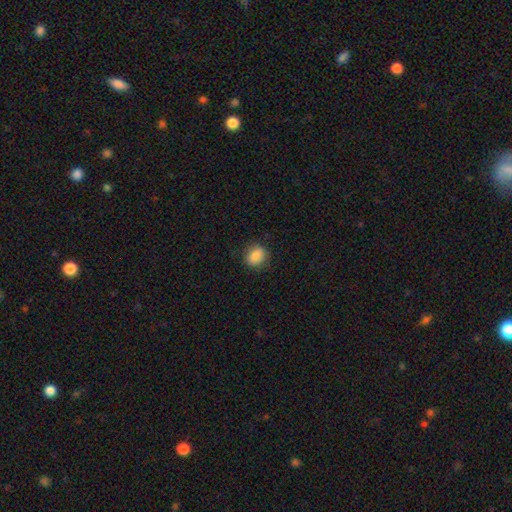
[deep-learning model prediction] Smooth or featured: smooth — 86% (star or artifact — 9%)
How rounded: round — 59% (in between — 39%)
Merging: none — 84% (minor disturbance — 12%)